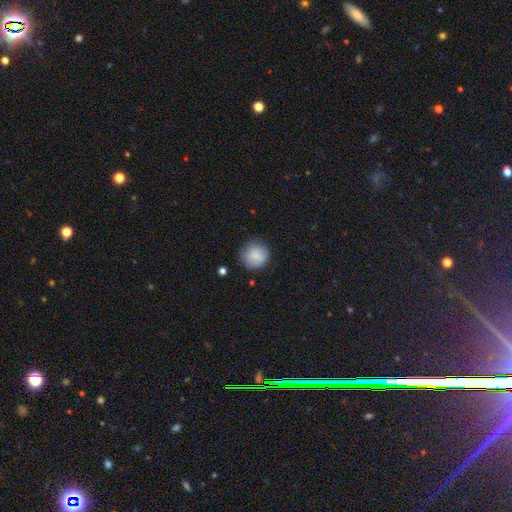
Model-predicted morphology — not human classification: Smooth or featured: smooth — 86% (star or artifact — 8%)
How rounded: round — 93% (in between — 6%)
Merging: none — 82% (minor disturbance — 13%)